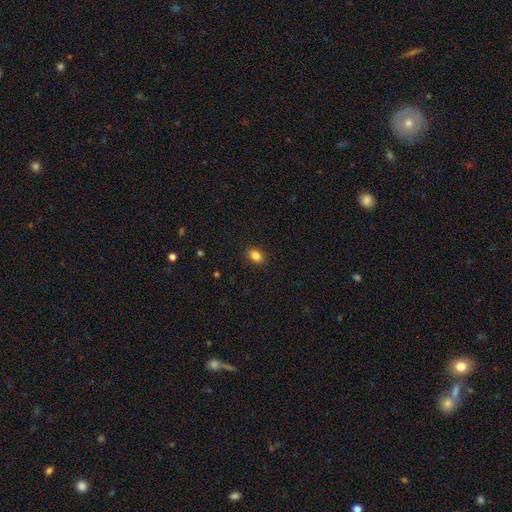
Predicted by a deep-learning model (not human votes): Smooth or featured? Predicted: smooth (p=0.84). How rounded? Predicted: in between (p=0.67). Merging? Predicted: none (p=0.90).